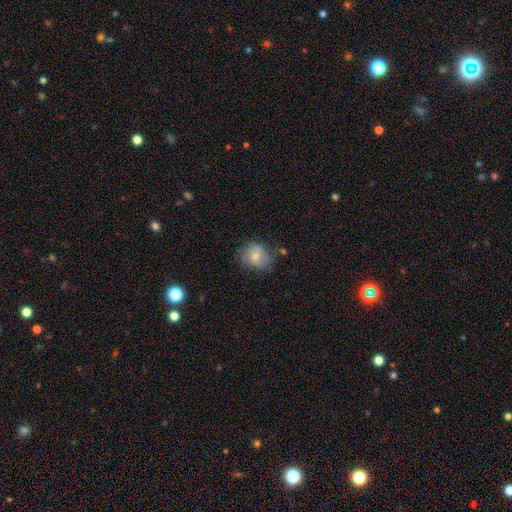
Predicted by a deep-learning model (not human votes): Overall: smooth (60%; featured or disk 31%). How rounded: round (70%). Merging: none (63%; minor disturbance 25%).